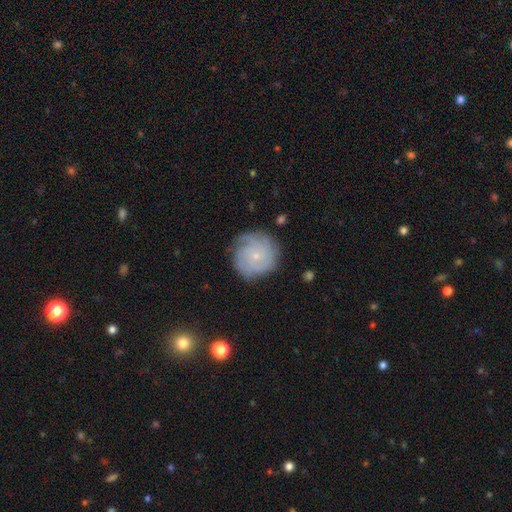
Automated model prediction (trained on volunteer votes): Smooth or featured? featured or disk (72%)
Edge-on disk? no (98%)
Bar? no (82%)
Spiral arms? yes (93%)
Spiral winding? tight (69%)
Spiral arm count? can't tell (32%)
Bulge size? small (81%)
Merging? none (75%)